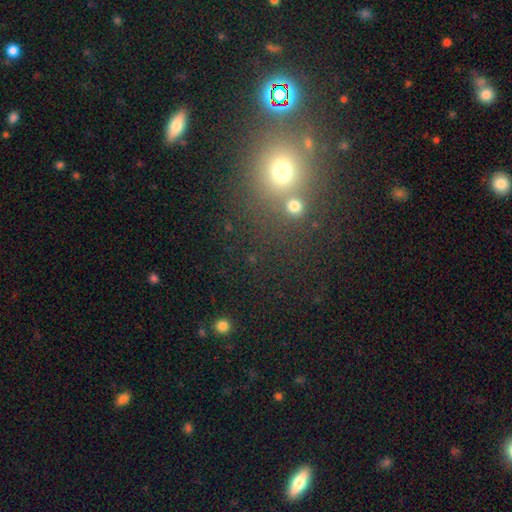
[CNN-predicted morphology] type=star or artifact (45%, tied with smooth).